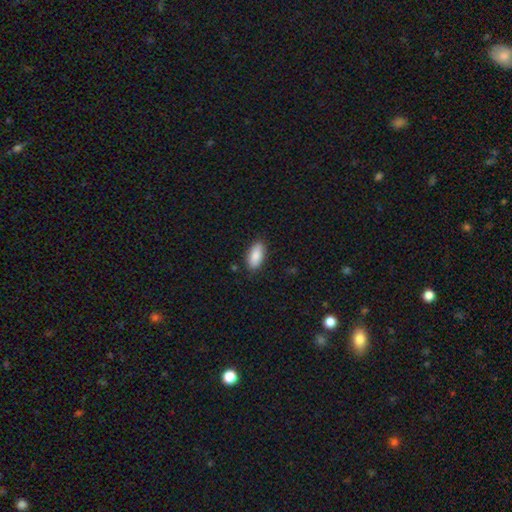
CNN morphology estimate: Smooth or featured: smooth — 87% (featured or disk — 6%)
How rounded: in between — 90% (cigar-shaped — 8%)
Merging: none — 85% (minor disturbance — 11%)